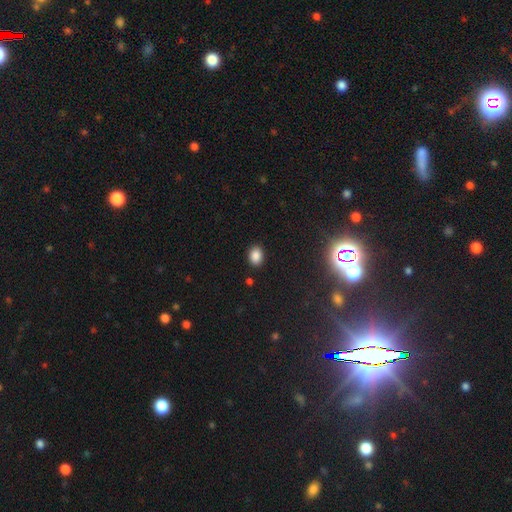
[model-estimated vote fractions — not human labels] Morphology: type=smooth (86%); roundness=in between (69%); merging=none (88%).